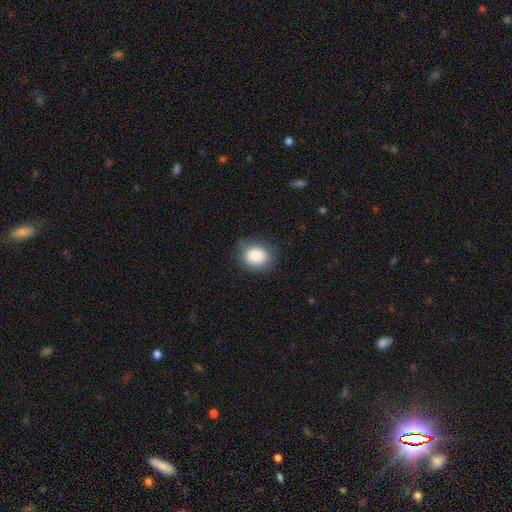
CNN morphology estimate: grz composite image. It shows a smooth galaxy with no disk features (86%) that is round (59%). Merging: none (82%).